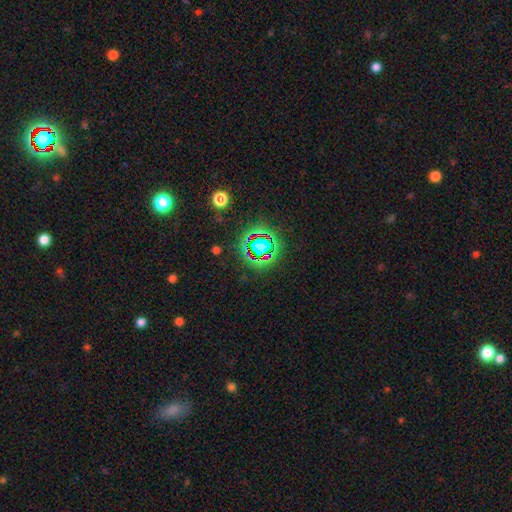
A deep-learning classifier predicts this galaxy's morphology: Q: Smooth or featured?
A: star or artifact (74%); runner-up: smooth (15%)